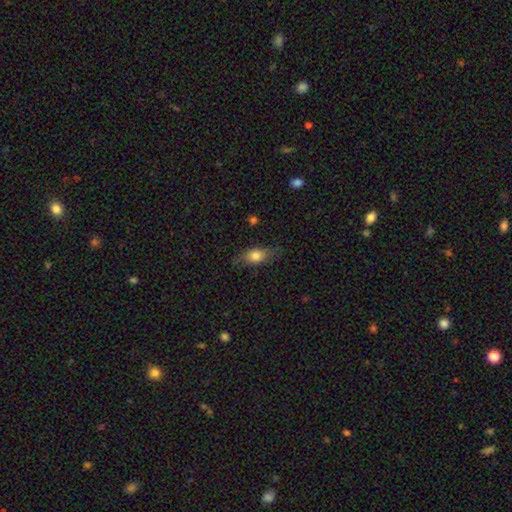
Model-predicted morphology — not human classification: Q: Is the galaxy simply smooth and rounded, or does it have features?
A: smooth — 73%.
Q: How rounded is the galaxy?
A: in between — 76%.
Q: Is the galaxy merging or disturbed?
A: none — 72%.